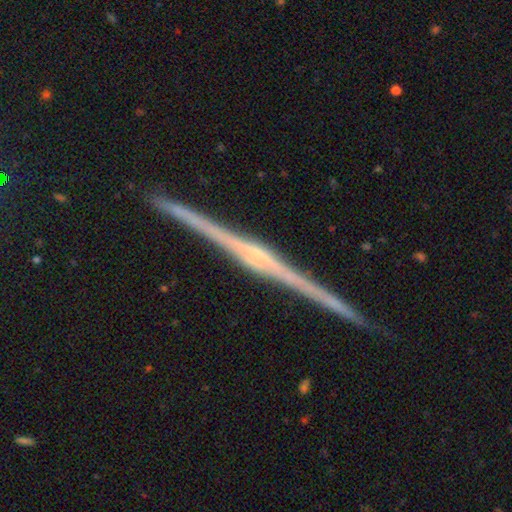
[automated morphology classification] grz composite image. It shows a featured or disk galaxy (88%) viewed edge-on (99%) with a rounded central bulge (64%). Merging: none (93%).